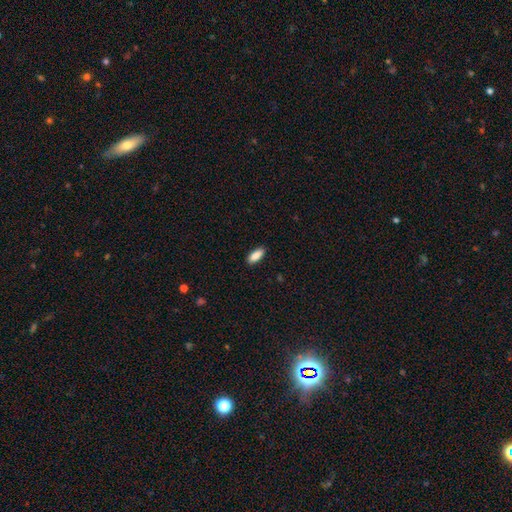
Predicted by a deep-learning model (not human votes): This is clearly a smooth galaxy (89%). How rounded: likely in between (79%). Merging: clearly none (88%).